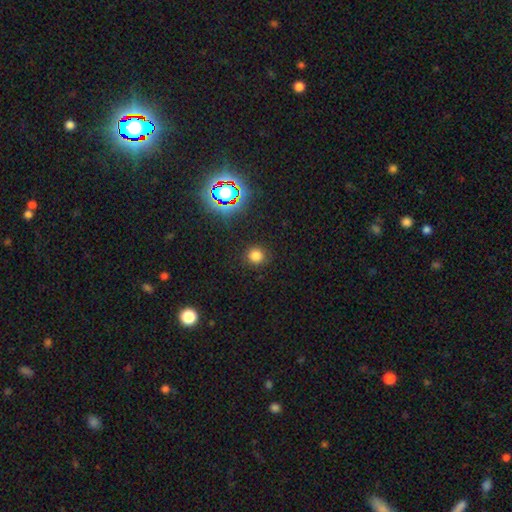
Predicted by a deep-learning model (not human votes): Q: Smooth or featured?
A: smooth (77%); runner-up: star or artifact (18%)
Q: How rounded?
A: round (90%); runner-up: in between (9%)
Q: Merging?
A: none (88%); runner-up: minor disturbance (8%)